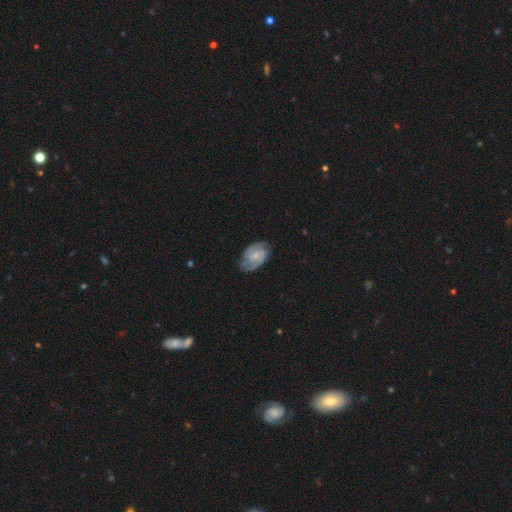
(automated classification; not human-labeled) A featured or disk galaxy (77%) with no bar (64%), 2 (73%) medium (45%) spiral arms (95%) and a small central bulge (65%). Merging: none (73%).